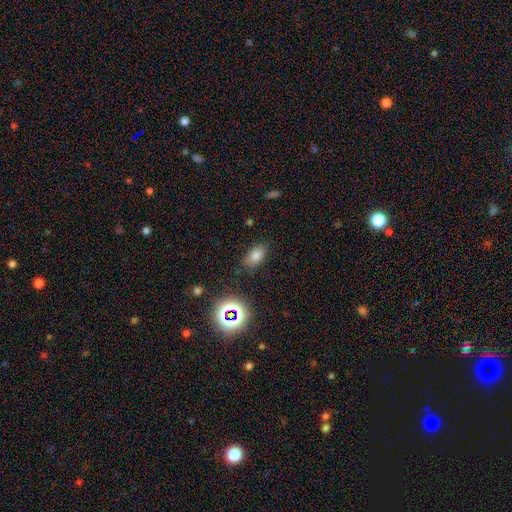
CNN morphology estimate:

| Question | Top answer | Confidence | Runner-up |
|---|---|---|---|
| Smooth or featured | smooth | 75% | star or artifact (17%) |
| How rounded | in between | 87% | round (10%) |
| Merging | none | 80% | minor disturbance (14%) |